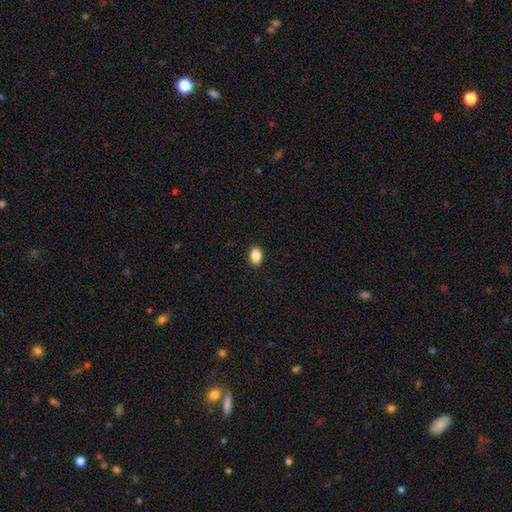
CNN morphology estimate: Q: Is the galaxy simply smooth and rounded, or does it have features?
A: smooth — 88%.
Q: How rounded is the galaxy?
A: in between — 78%.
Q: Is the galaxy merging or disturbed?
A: none — 91%.